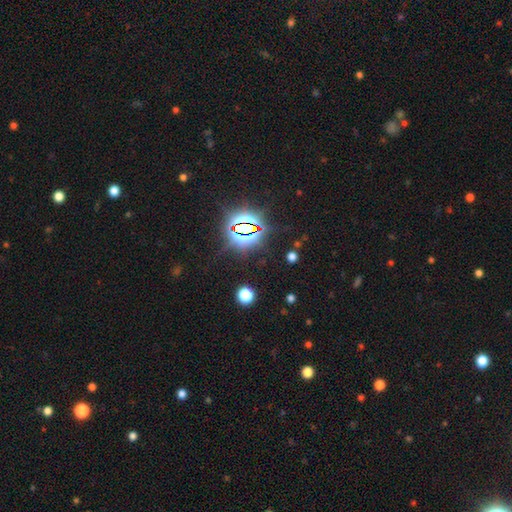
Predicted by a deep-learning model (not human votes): A star or artifact, not a galaxy (84%).